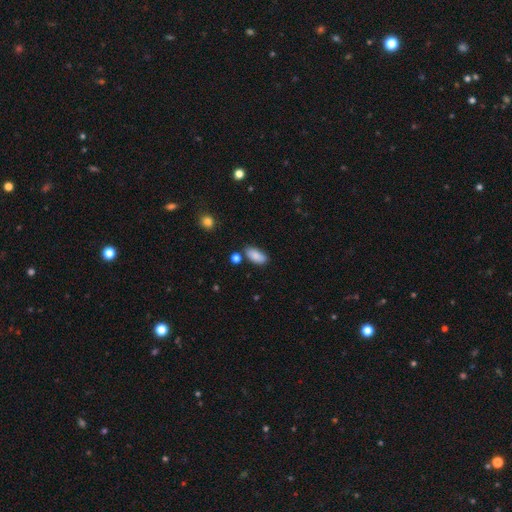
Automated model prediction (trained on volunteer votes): A smooth galaxy with no disk features (87%) that is in between round and cigar-shaped (92%). Merging: none (77%).